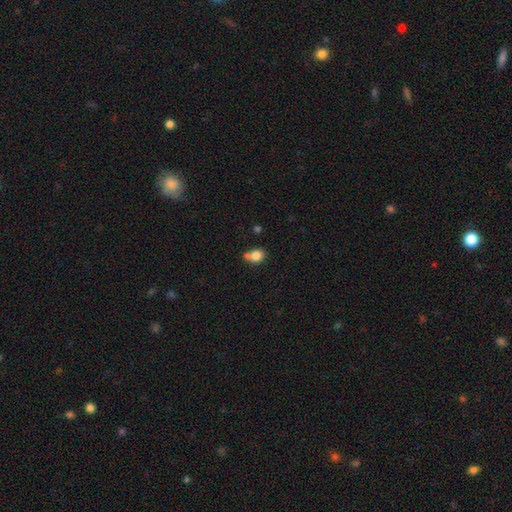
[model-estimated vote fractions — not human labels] A smooth galaxy with no disk features (82%) that is round (55%).

Vote fractions:
- Smooth or featured? smooth: 82% / star or artifact: 10% / featured or disk: 8%
- How rounded? round: 55% / in between: 44% / cigar-shaped: 1%
- Merging? none: 46% / merger: 28% / minor disturbance: 20% / major disturbance: 6%